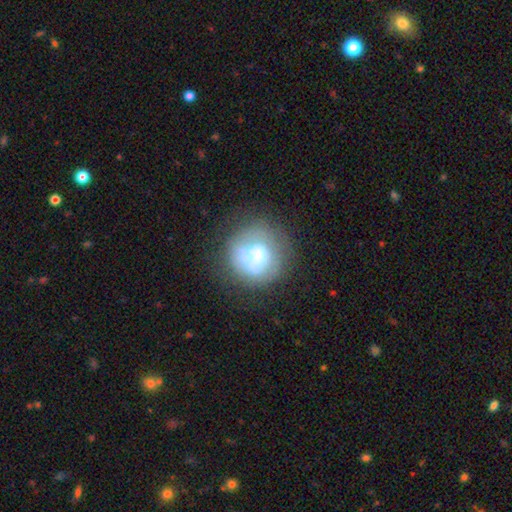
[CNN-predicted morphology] smooth 53%, featured or disk 37%, star or artifact 10%. Down the decision tree: how rounded — round (87%); merging — none (55%).